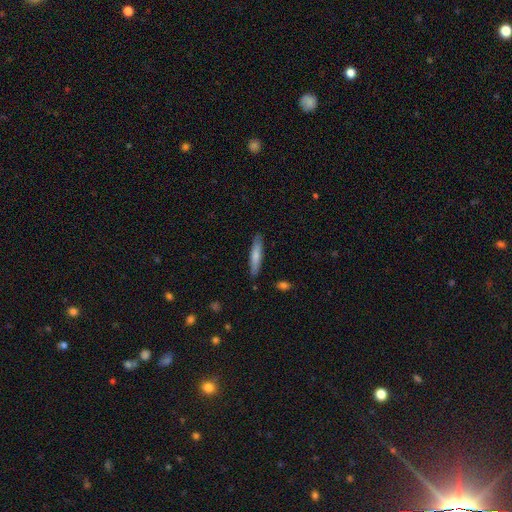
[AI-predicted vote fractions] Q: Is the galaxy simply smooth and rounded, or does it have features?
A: smooth — 73%.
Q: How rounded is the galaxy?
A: cigar-shaped — 87%.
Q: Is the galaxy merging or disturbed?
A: none — 86%.